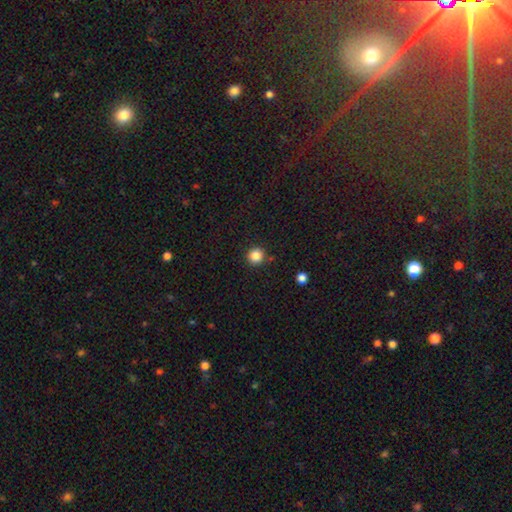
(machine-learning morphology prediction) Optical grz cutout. It shows a smooth galaxy with no disk features (85%) that is round (95%). Merging: none (89%).